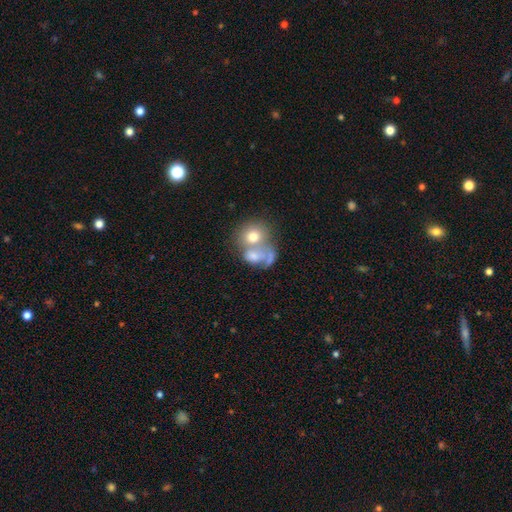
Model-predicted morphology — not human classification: smooth_or_featured: smooth (p=0.62) [alt: featured or disk p=0.29]
how_rounded: in between (p=0.50) [alt: round p=0.49]
merging: merger (p=0.65) [alt: none p=0.16]